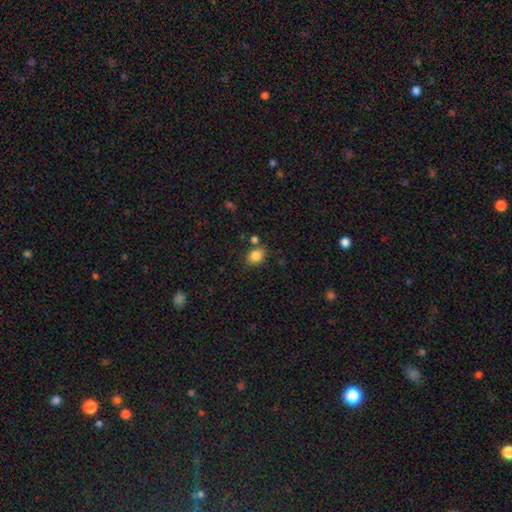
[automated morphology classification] smooth_or_featured: smooth (p=0.85) [alt: star or artifact p=0.10]
how_rounded: in between (p=0.69) [alt: round p=0.30]
merging: none (p=0.75) [alt: minor disturbance p=0.13]